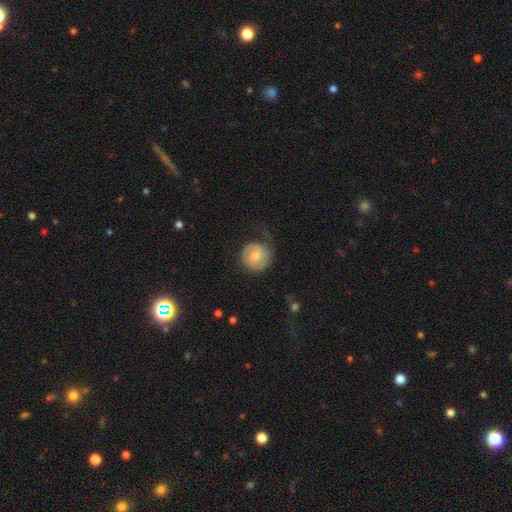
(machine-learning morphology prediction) A smooth galaxy with no disk features (57%) that is round (90%). Merging: none (55%).